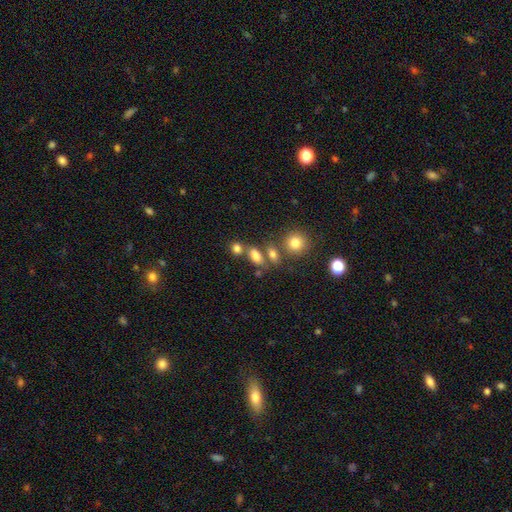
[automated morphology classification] This appears to be a smooth galaxy with no disk features (78%) that is in between round and cigar-shaped (79%). Merging: none (54%).